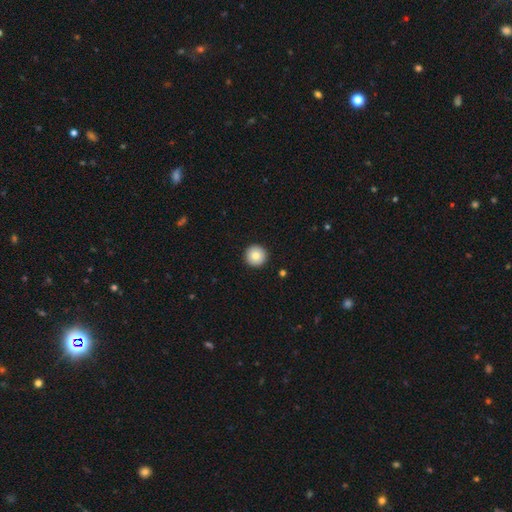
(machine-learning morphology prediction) Smooth or featured: smooth — 82% (featured or disk — 10%)
How rounded: round — 97% (in between — 2%)
Merging: none — 94% (minor disturbance — 4%)